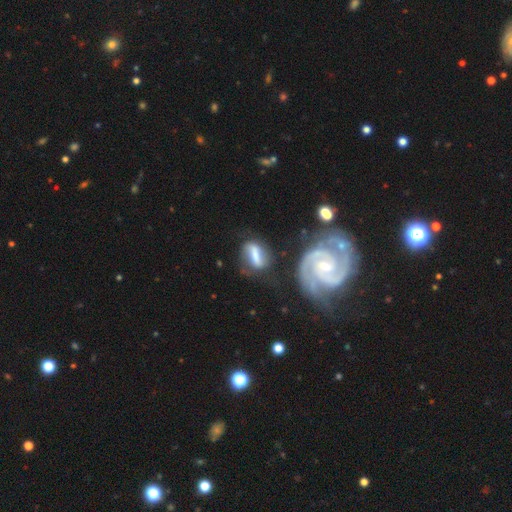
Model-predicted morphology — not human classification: Overall: smooth (49%; featured or disk 43%). Merging: none (53%; minor disturbance 24%).